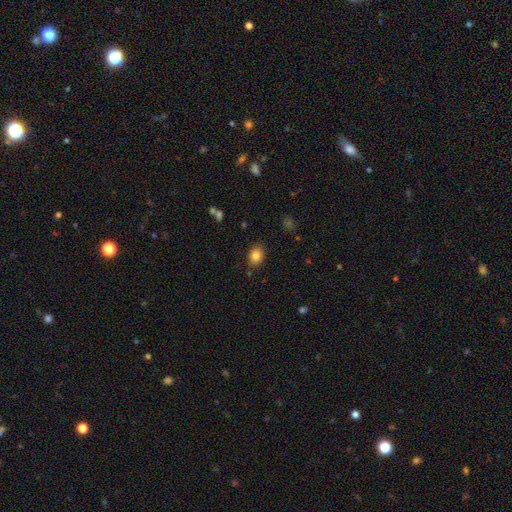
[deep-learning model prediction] This appears to be a smooth galaxy with no disk features (83%) that is in between round and cigar-shaped (67%). Merging: none (82%).